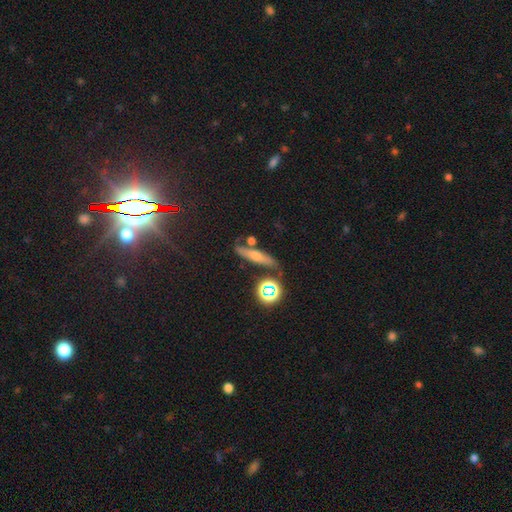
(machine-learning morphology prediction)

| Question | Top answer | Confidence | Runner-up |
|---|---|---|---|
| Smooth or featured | smooth | 46% | featured or disk (35%) |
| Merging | none | 71% | minor disturbance (15%) |